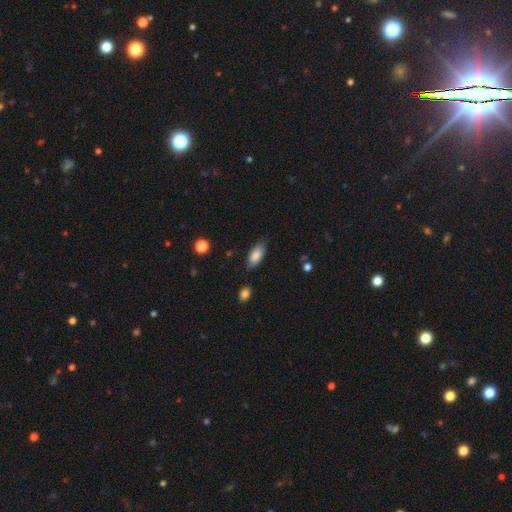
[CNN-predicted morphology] The model was most divided on "merging": none: 81%, minor disturbance: 14%, major disturbance: 3%, merger: 2%. More confident: how rounded — in between (87%); smooth or featured — smooth (85%).